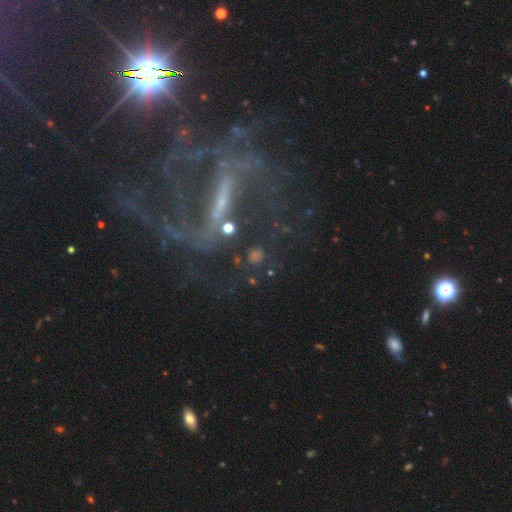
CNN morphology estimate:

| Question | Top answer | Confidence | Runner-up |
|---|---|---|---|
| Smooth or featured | featured or disk | 71% | star or artifact (17%) |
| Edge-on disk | no | 86% | yes (14%) |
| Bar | strong | 60% | weak (23%) |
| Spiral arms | yes | 80% | no (20%) |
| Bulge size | small | 59% | moderate (21%) |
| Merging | none | 62% | major disturbance (16%) |